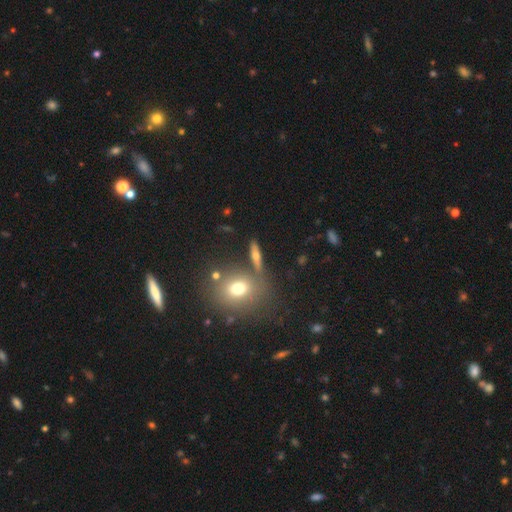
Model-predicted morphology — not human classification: This is possibly a smooth galaxy (45%). Merging: likely none (79%).